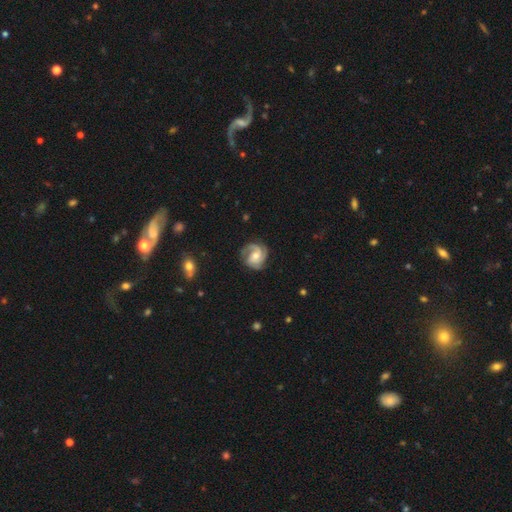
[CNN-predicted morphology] type=featured or disk (87%); edge-on=no (98%); bar=no (57%); spiral arms=yes (98%); winding=tight (51%); arm count=3 (48%); bulge=moderate (60%); merging=none (76%).